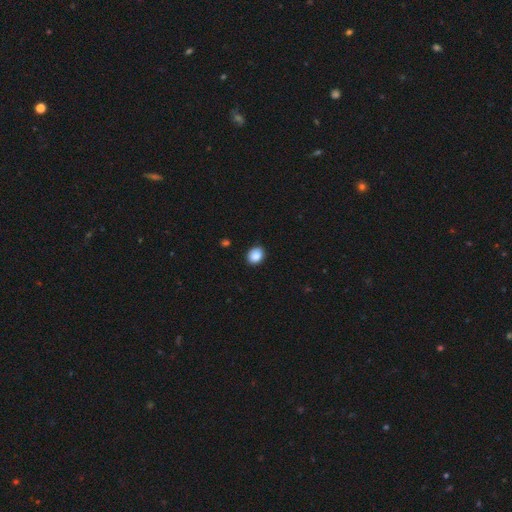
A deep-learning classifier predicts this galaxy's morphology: Smooth or featured: smooth — 89% (star or artifact — 8%)
How rounded: in between — 53% (round — 46%)
Merging: none — 89% (minor disturbance — 8%)